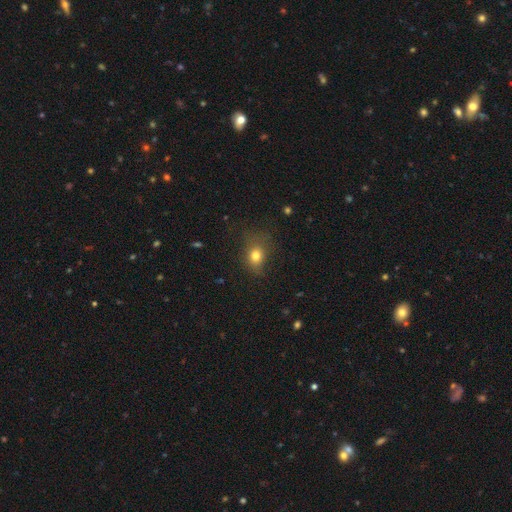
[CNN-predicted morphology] The model was most divided on "how rounded": in between: 53%, round: 45%, cigar-shaped: 2%. More confident: smooth or featured — smooth (76%); merging — none (61%).